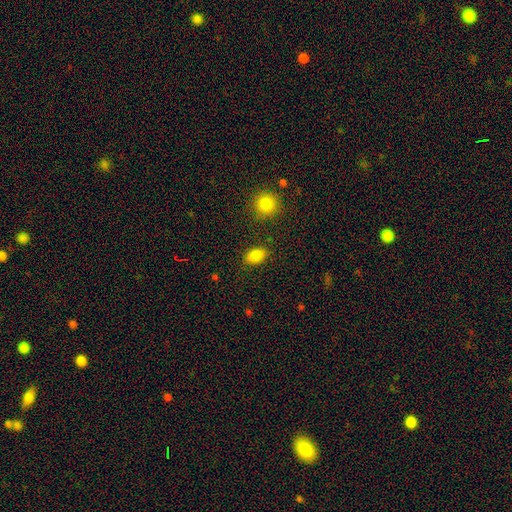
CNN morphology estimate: Smooth or featured?
  - smooth: 85% *
  - star or artifact: 9%
  - featured or disk: 6%
How rounded?
  - in between: 86% *
  - round: 12%
  - cigar-shaped: 2%
Merging?
  - none: 85% *
  - minor disturbance: 10%
  - major disturbance: 3%
  - merger: 2%